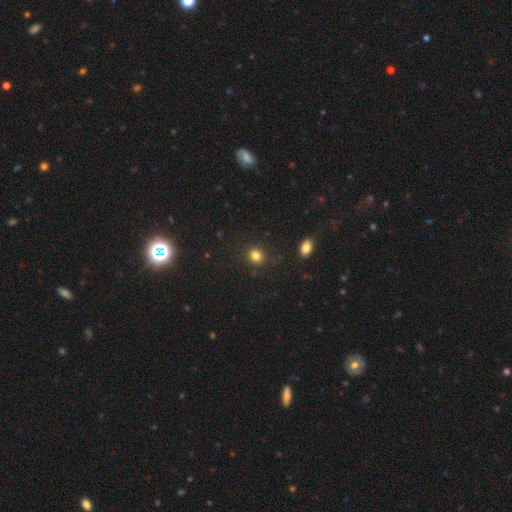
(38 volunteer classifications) Volunteers were most divided on "how rounded": round: 66%, in between: 34%, cigar-shaped: 0%. More confident: smooth or featured — smooth (92%); merging — none (89%).